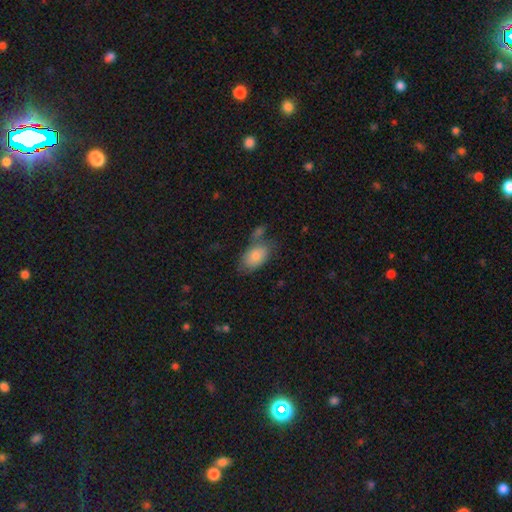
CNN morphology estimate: A smooth galaxy with no disk features (81%) that is in between round and cigar-shaped (93%).

Vote fractions:
- Smooth or featured? smooth: 81% / featured or disk: 12% / star or artifact: 7%
- How rounded? in between: 93% / round: 5% / cigar-shaped: 2%
- Merging? none: 51% / minor disturbance: 21% / merger: 19% / major disturbance: 9%